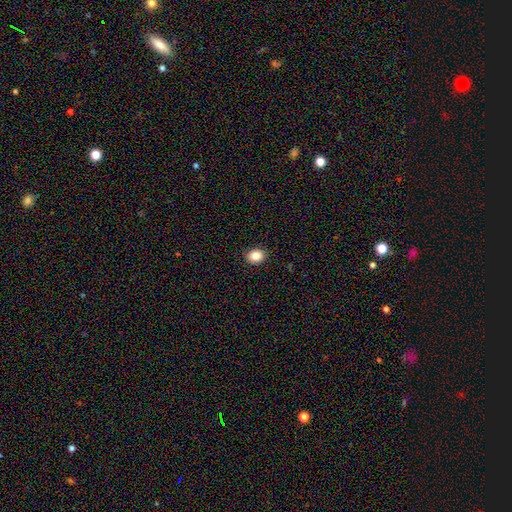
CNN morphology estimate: type=smooth (86%); roundness=in between (52%); merging=none (91%).